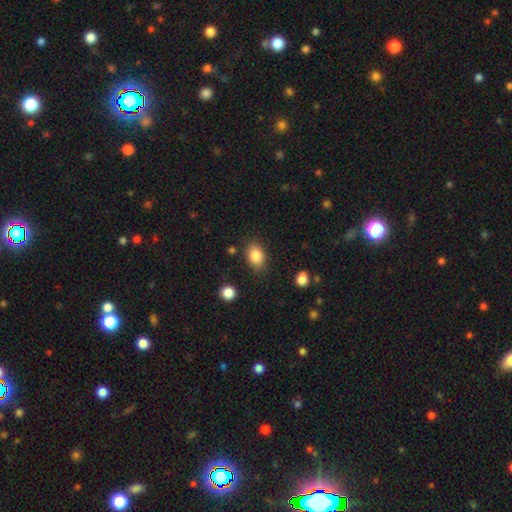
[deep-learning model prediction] Morphology: type=smooth (86%); roundness=in between (83%); merging=none (82%).